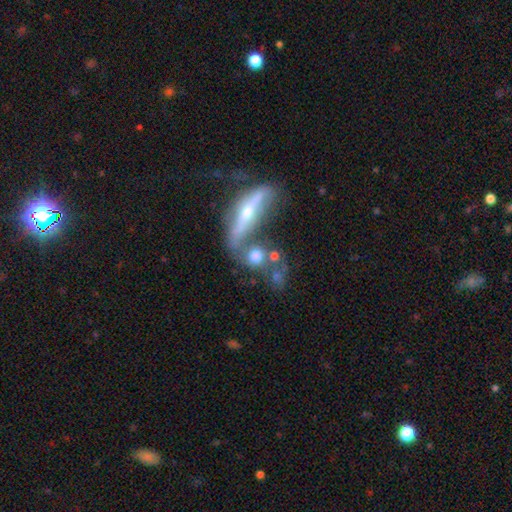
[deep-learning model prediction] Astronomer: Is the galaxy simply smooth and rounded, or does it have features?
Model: smooth — 50% (runner-up: featured or disk, 38%).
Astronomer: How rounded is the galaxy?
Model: round — 55% (runner-up: in between, 33%).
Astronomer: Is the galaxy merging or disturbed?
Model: none — 41% (runner-up: merger, 38%).